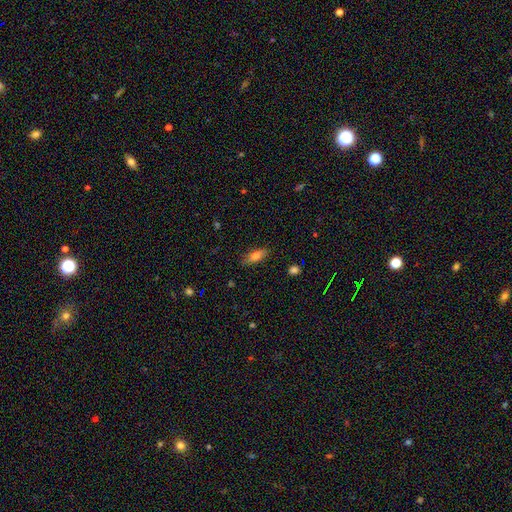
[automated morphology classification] type=smooth (71%); roundness=in between (64%); merging=none (83%).